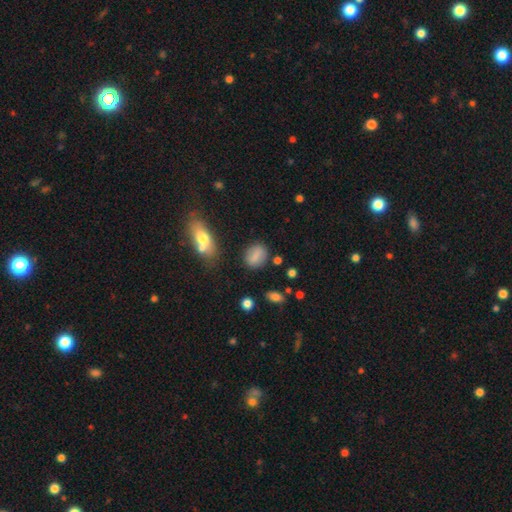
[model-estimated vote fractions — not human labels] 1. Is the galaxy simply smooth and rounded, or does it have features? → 78% smooth, 13% featured or disk, 9% star or artifact.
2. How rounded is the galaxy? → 63% in between, 33% round, 4% cigar-shaped.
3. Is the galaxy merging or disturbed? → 78% none, 13% minor disturbance, 4% major disturbance, 4% merger.